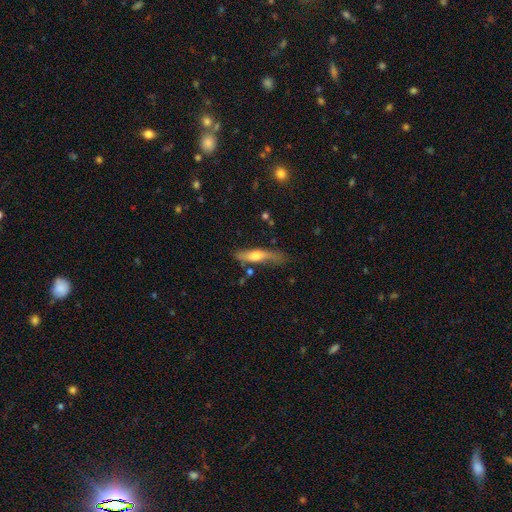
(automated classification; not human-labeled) A smooth galaxy with no disk features (50%). Merging: none (63%).